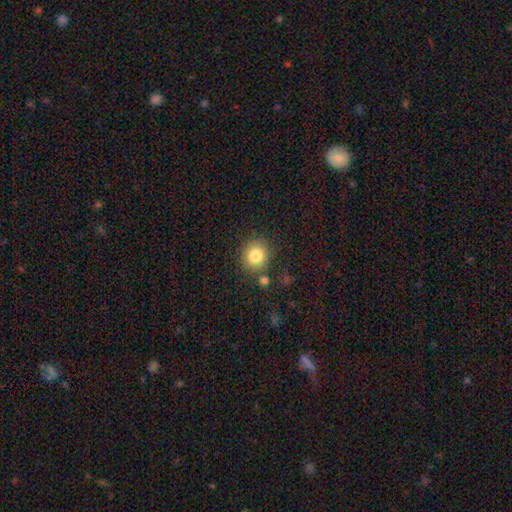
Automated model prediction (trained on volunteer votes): Smooth or featured? smooth (83%)
How rounded? round (86%)
Merging? none (80%)